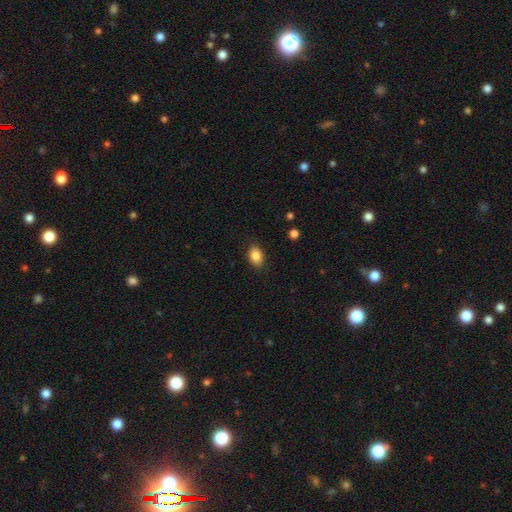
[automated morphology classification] This is clearly a smooth galaxy (87%). How rounded: clearly in between (81%). Merging: clearly none (87%).